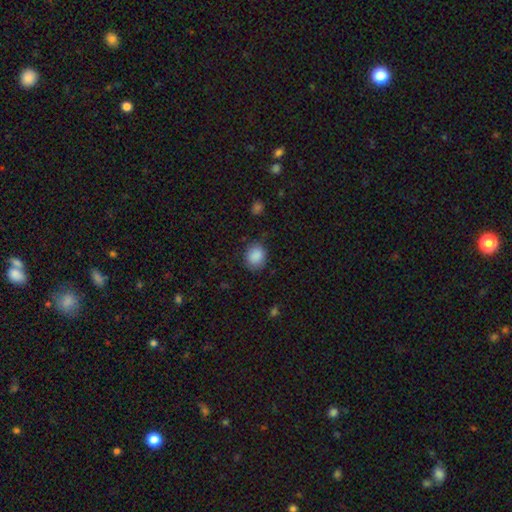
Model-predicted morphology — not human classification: Overall: smooth (88%). How rounded: round (67%; in between 32%). Merging: none (81%).